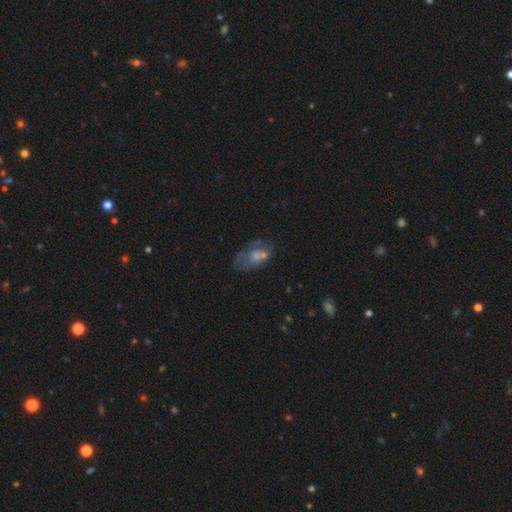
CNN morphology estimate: The model was most divided on "smooth or featured": smooth: 46%, featured or disk: 38%, star or artifact: 16%. Remaining: merging — none (45%).